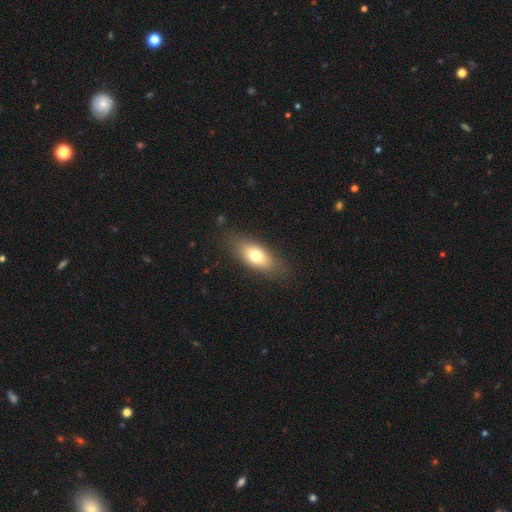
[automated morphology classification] This appears to be a smooth galaxy with no disk features (73%) that is in between round and cigar-shaped (81%). Merging: none (83%).